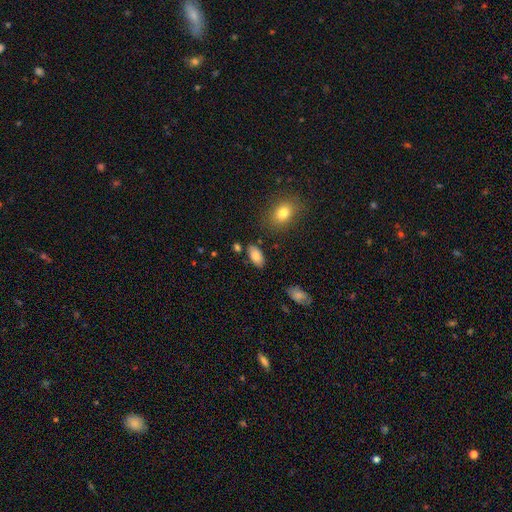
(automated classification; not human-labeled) This is clearly a smooth galaxy (84%). How rounded: clearly in between (94%). Merging: clearly none (82%).